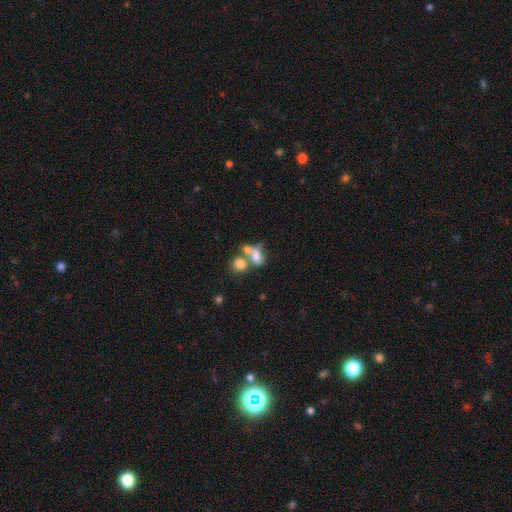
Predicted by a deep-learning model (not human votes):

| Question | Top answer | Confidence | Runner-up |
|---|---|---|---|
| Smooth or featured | smooth | 71% | featured or disk (18%) |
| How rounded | in between | 68% | round (30%) |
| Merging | merger | 56% | none (26%) |